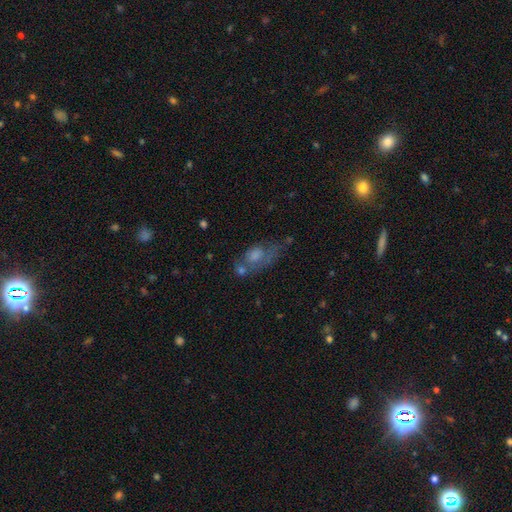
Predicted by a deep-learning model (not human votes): The model was most divided on "smooth or featured": smooth: 43%, featured or disk: 36%, star or artifact: 21%. Remaining: merging — none (40%).